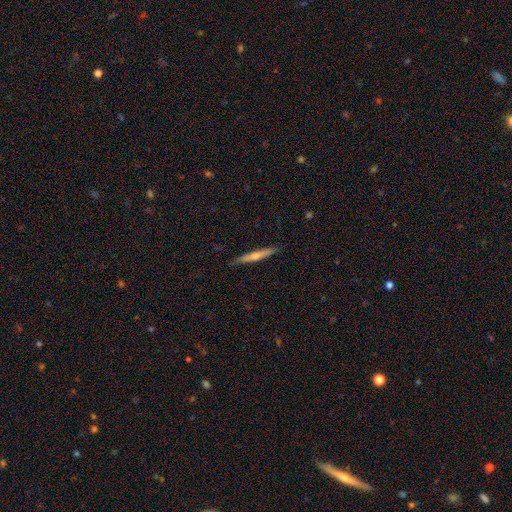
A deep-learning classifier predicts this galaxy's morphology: Smooth or featured: smooth — 57% (featured or disk — 38%)
How rounded: cigar-shaped — 95% (in between — 4%)
Merging: none — 87% (minor disturbance — 10%)